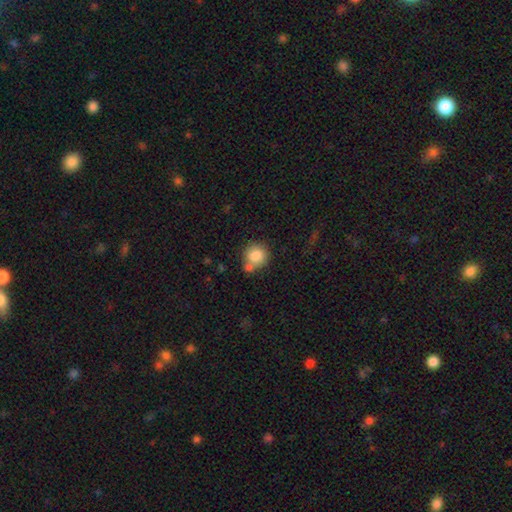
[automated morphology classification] Smooth or featured? smooth (84%)
How rounded? round (89%)
Merging? none (61%)